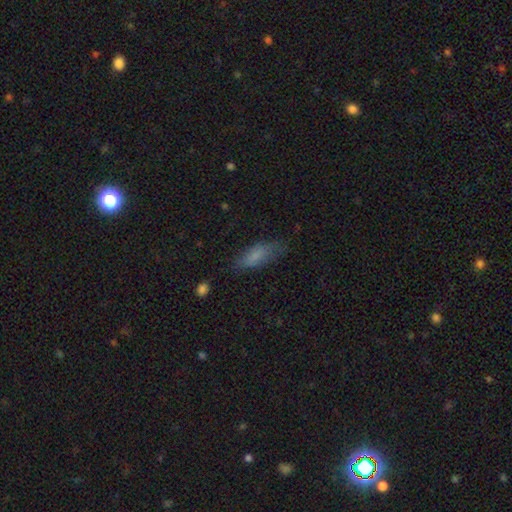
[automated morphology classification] The model was most divided on "how rounded": in between: 59%, cigar-shaped: 38%, round: 2%. More confident: smooth or featured — smooth (78%); merging — none (70%).